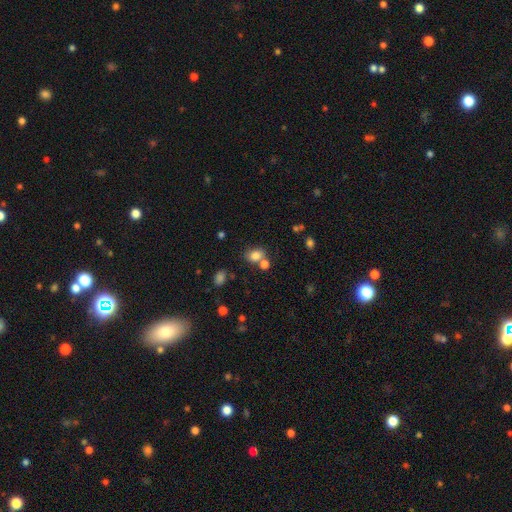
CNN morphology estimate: This is clearly a smooth galaxy (80%). How rounded: likely in between (65%). Merging: possibly none (56%).